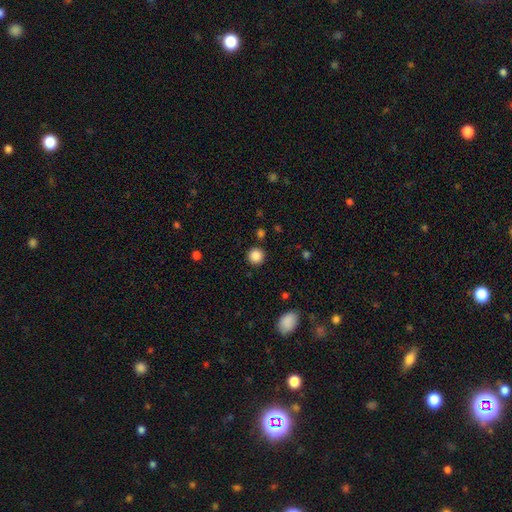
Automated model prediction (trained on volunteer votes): Smooth or featured? Predicted: smooth (p=0.86). How rounded? Predicted: round (p=0.94). Merging? Predicted: none (p=0.90).